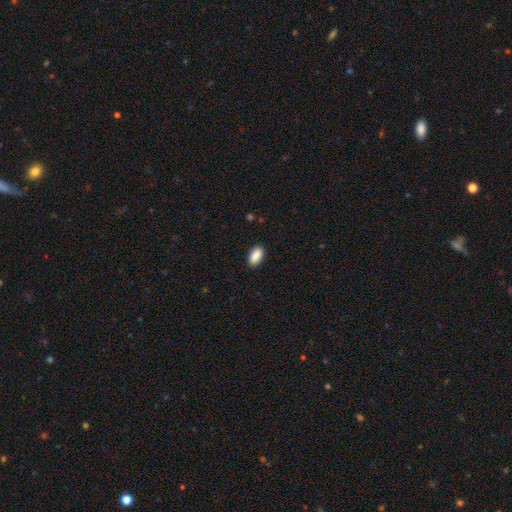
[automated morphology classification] smooth-or-featured: smooth: 90% | star or artifact: 7% | featured or disk: 3%
  how-rounded: in between: 93% | cigar-shaped: 4% | round: 3%
  merging: none: 89% | minor disturbance: 8% | major disturbance: 2% | merger: 1%